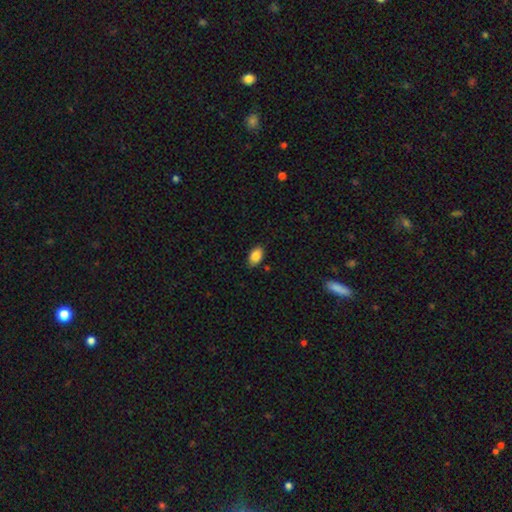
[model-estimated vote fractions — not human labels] smooth 87%, star or artifact 8%, featured or disk 5%. Down the decision tree: how rounded — in between (91%); merging — none (86%).